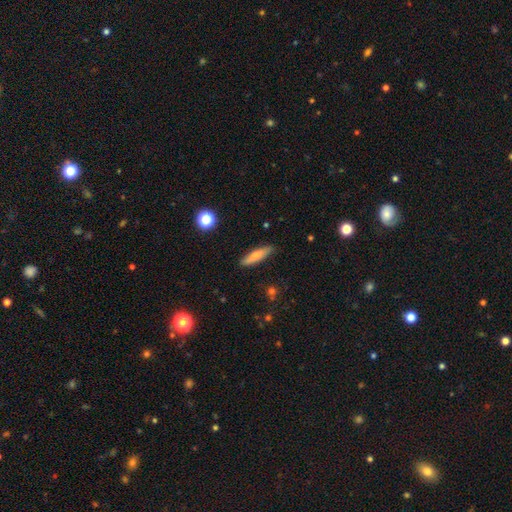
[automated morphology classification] This is likely a smooth galaxy (67%). How rounded: likely cigar-shaped (74%). Merging: clearly none (86%).